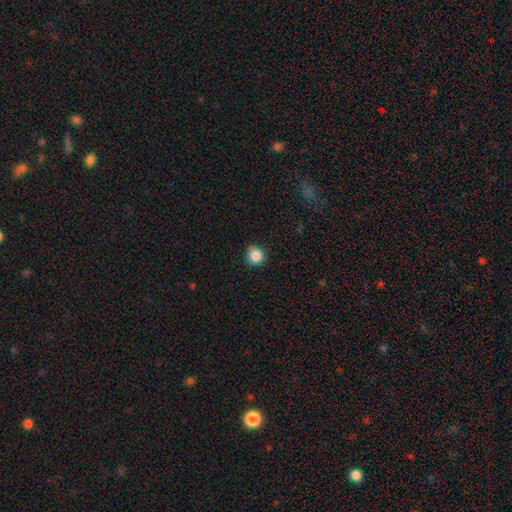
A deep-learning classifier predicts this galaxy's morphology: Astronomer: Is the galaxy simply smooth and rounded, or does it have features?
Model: smooth — 85%.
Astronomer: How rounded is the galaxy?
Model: round — 91%.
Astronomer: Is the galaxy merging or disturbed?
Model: none — 81%.